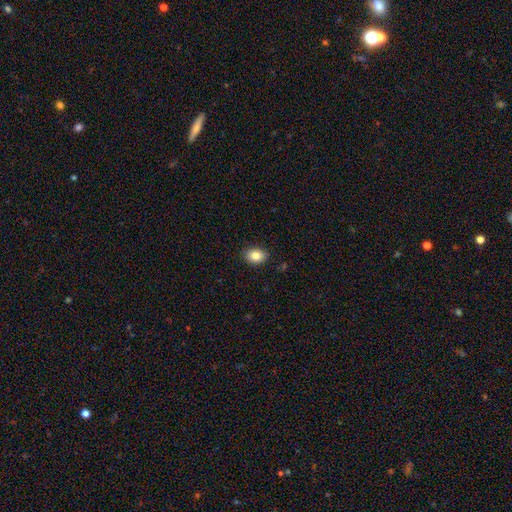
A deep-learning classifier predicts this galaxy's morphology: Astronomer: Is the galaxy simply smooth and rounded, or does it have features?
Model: smooth — 85%.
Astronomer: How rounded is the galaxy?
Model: in between — 73%.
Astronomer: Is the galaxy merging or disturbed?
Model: none — 88%.